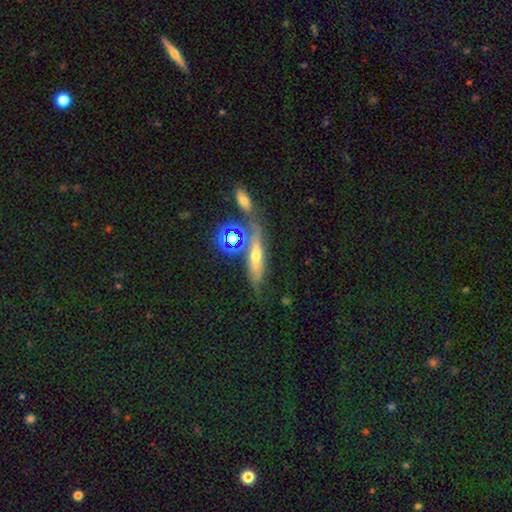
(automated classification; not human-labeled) smooth-or-featured: featured or disk: 41% | smooth: 39% | star or artifact: 20%
  merging: none: 58% | merger: 17% | minor disturbance: 17% | major disturbance: 8%